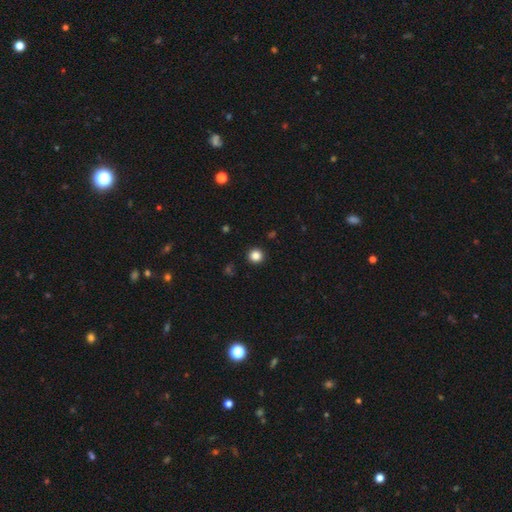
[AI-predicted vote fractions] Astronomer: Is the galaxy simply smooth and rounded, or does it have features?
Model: smooth — 85%.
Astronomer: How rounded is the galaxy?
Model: round — 95%.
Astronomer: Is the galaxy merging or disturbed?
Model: none — 93%.